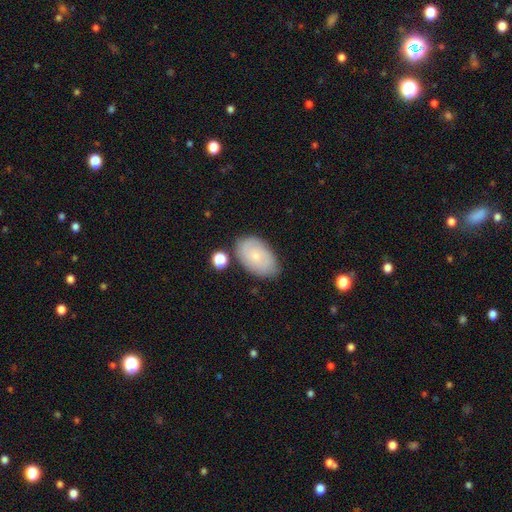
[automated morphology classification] Smooth or featured?
  - smooth: 56% *
  - featured or disk: 36%
  - star or artifact: 7%
How rounded?
  - in between: 92% *
  - round: 7%
  - cigar-shaped: 1%
Merging?
  - none: 74% *
  - minor disturbance: 18%
  - major disturbance: 4%
  - merger: 4%